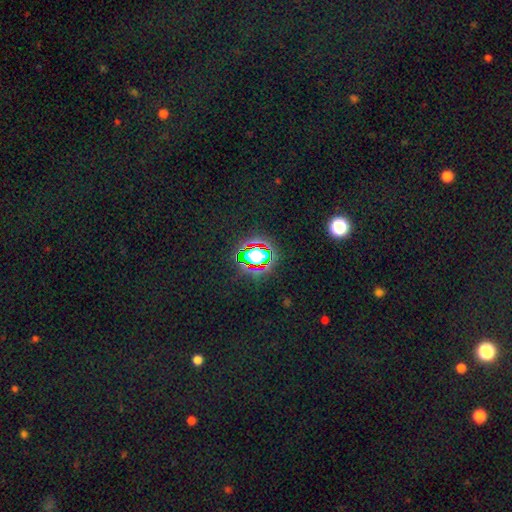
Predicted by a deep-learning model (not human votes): The model was most divided on "smooth or featured": star or artifact: 63%, smooth: 25%, featured or disk: 12%.